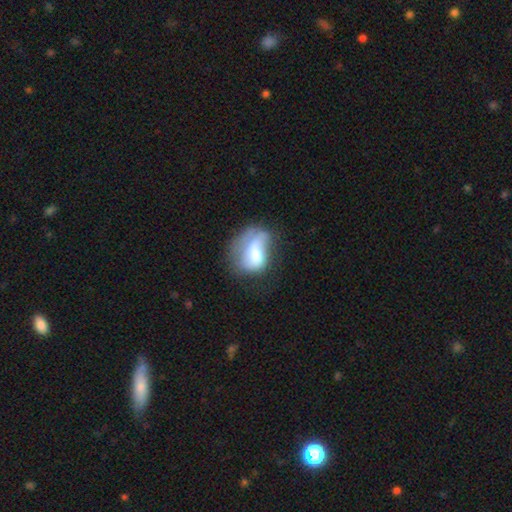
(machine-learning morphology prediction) Q: Smooth or featured?
A: smooth (50%); runner-up: featured or disk (41%)
Q: How rounded?
A: in between (69%); runner-up: round (28%)
Q: Merging?
A: none (33%); tied with: major disturbance (33%)